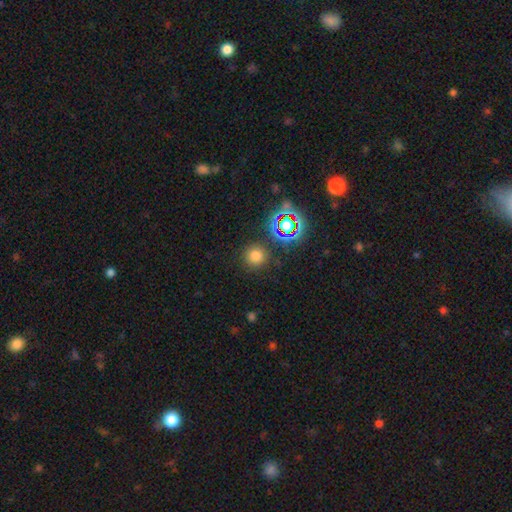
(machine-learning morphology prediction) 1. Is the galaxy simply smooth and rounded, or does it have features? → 71% smooth, 23% star or artifact, 7% featured or disk.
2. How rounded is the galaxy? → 93% round, 6% in between, 1% cigar-shaped.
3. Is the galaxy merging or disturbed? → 87% none, 8% minor disturbance, 3% major disturbance, 3% merger.